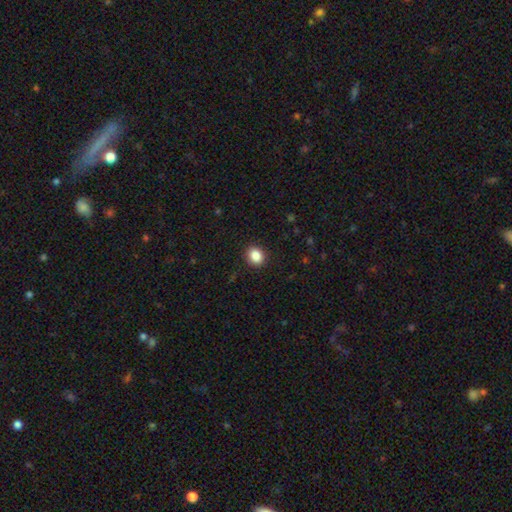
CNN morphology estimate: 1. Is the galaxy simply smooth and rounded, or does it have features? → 87% smooth, 10% star or artifact, 4% featured or disk.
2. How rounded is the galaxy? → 62% round, 37% in between, 1% cigar-shaped.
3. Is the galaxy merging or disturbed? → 90% none, 7% minor disturbance, 2% major disturbance, 1% merger.